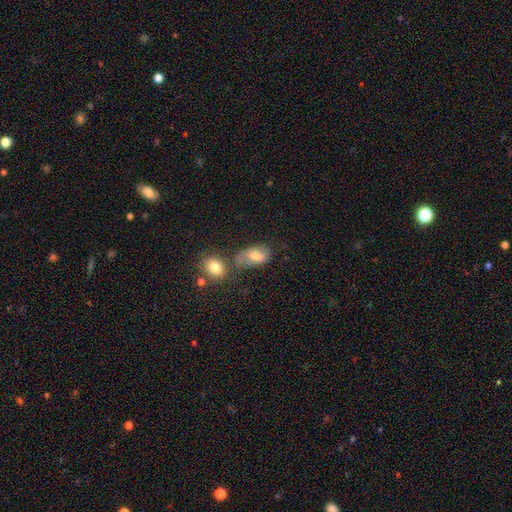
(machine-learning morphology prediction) This appears to be a smooth galaxy with no disk features (70%) that is in between round and cigar-shaped (87%). Merging: none (41%).